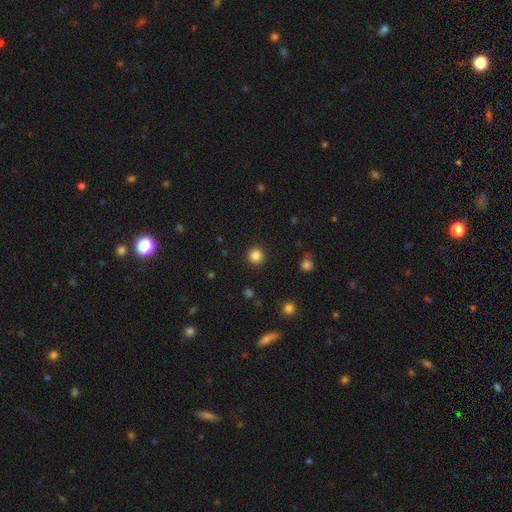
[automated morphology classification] The model was most divided on "smooth or featured": smooth: 85%, star or artifact: 12%, featured or disk: 4%. More confident: how rounded — round (95%); merging — none (92%).